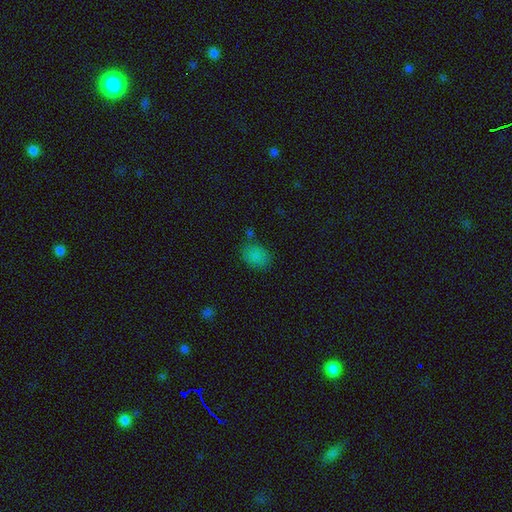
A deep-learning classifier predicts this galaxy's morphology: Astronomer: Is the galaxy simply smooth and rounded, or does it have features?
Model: smooth — 80%.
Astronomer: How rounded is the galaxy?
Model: in between — 70%.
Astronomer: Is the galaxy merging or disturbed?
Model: none — 68%.